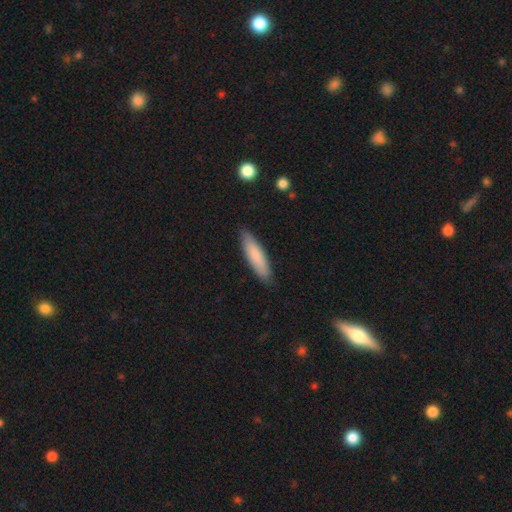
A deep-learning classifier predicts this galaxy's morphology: The model was most divided on "how rounded": cigar-shaped: 71%, in between: 27%, round: 1%. More confident: merging — none (87%); smooth or featured — smooth (80%).